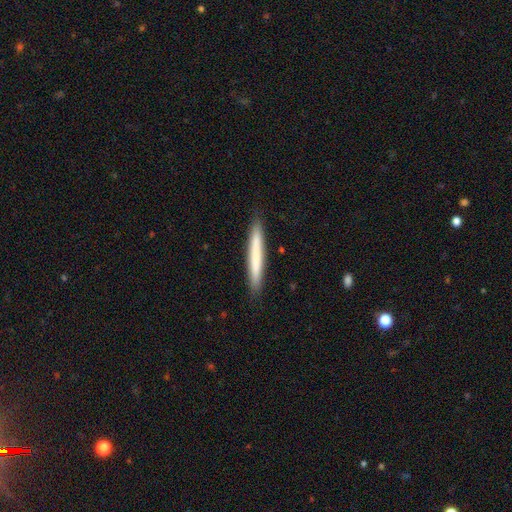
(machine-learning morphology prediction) type=smooth (63%); roundness=cigar-shaped (96%); merging=none (90%).